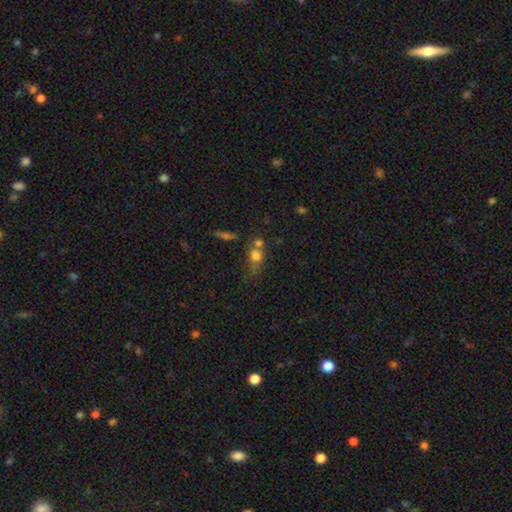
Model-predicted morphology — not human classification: Smooth or featured: smooth — 73% (featured or disk — 14%)
How rounded: round — 49% (in between — 46%)
Merging: merger — 43% (none — 30%)